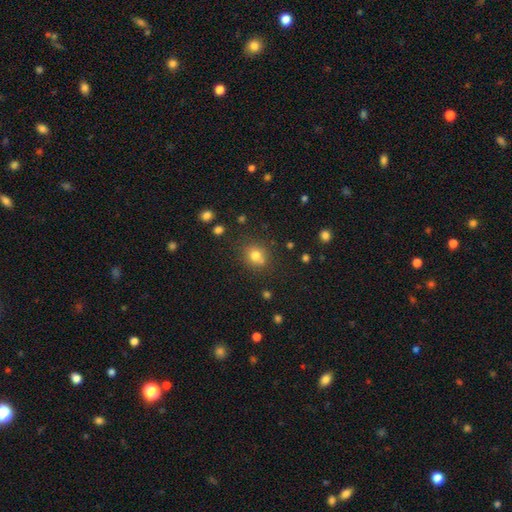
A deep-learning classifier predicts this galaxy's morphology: This is likely a smooth galaxy (76%). How rounded: likely round (72%). Merging: likely none (69%).